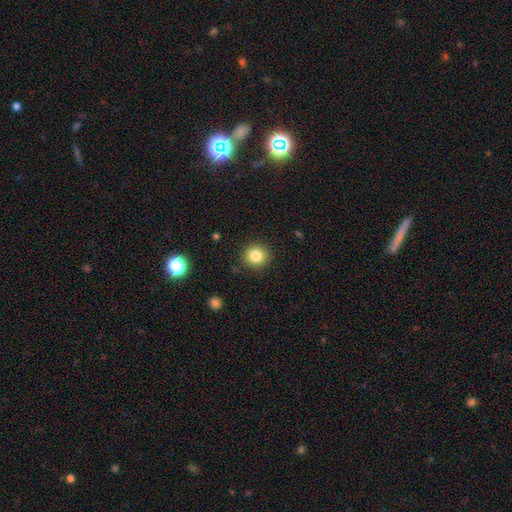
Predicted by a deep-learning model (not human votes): Morphology: type=smooth (83%); roundness=round (89%); merging=none (89%).